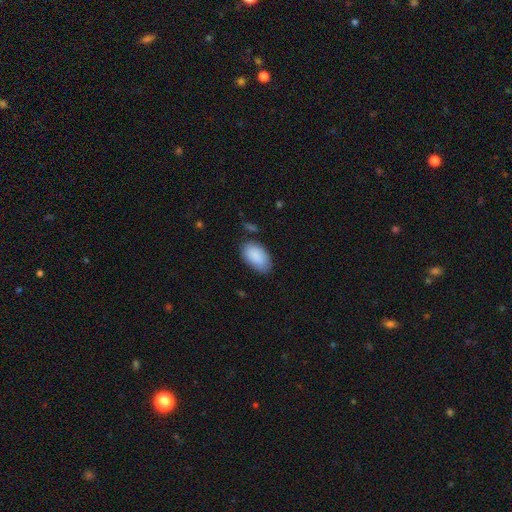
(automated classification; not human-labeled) A smooth galaxy with no disk features (89%) that is in between round and cigar-shaped (95%).

Vote fractions:
- Smooth or featured? smooth: 89% / star or artifact: 6% / featured or disk: 5%
- How rounded? in between: 95% / round: 4% / cigar-shaped: 1%
- Merging? none: 75% / minor disturbance: 18% / major disturbance: 4% / merger: 3%